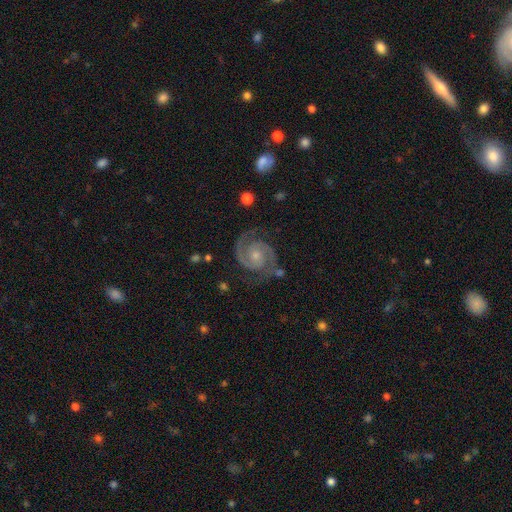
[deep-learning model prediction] Smooth or featured? Predicted: featured or disk (p=0.92). Edge-on disk? Predicted: no (p=0.98). Bar? Predicted: no (p=0.69). Spiral arms? Predicted: yes (p=0.99). Spiral winding? Predicted: tight (p=0.50). Spiral arm count? Predicted: 2 (p=0.93). Bulge size? Predicted: small (p=0.53). Merging? Predicted: none (p=0.80).